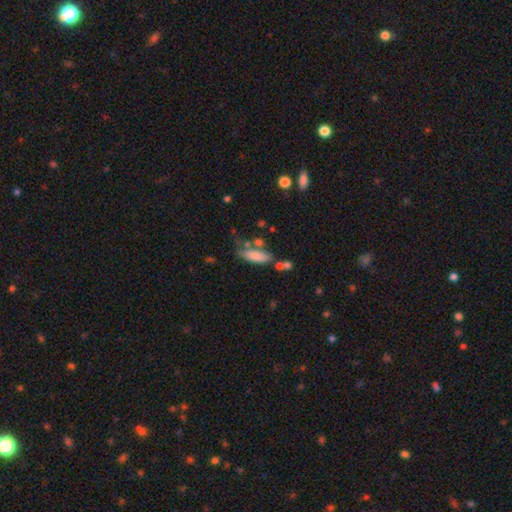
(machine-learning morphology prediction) Smooth or featured? Predicted: smooth (p=0.80). How rounded? Predicted: in between (p=0.61). Merging? Predicted: none (p=0.54).